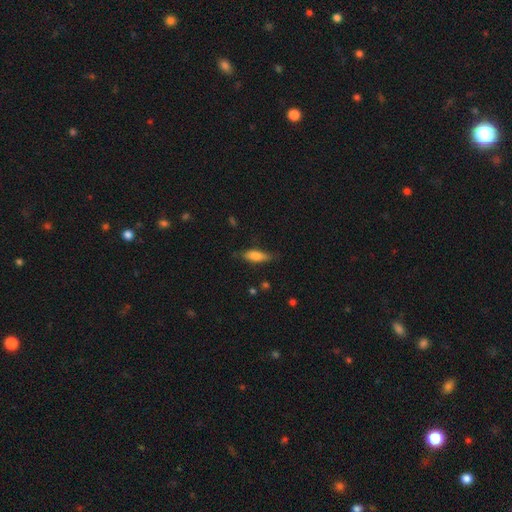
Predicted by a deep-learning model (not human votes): smooth 72%, featured or disk 21%, star or artifact 7%. Down the decision tree: how rounded — in between (51%); merging — none (74%).